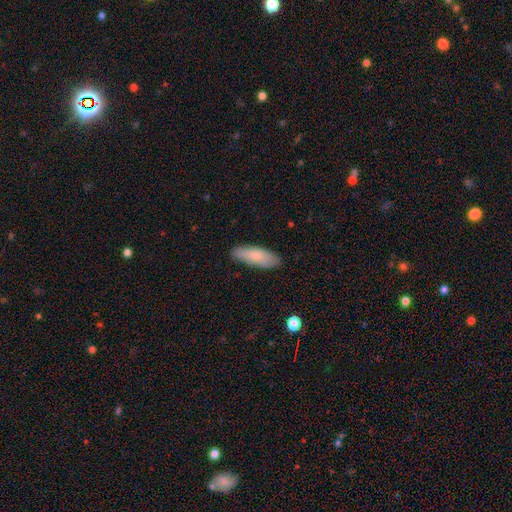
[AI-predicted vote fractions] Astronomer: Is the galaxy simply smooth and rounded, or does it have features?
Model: smooth — 80%.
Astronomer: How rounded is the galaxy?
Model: in between — 61% (runner-up: cigar-shaped, 37%).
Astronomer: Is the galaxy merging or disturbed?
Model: none — 85%.